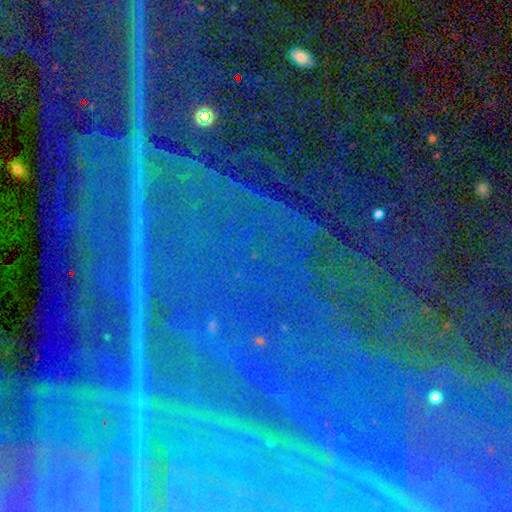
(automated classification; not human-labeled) A star or artifact, not a galaxy (89%).